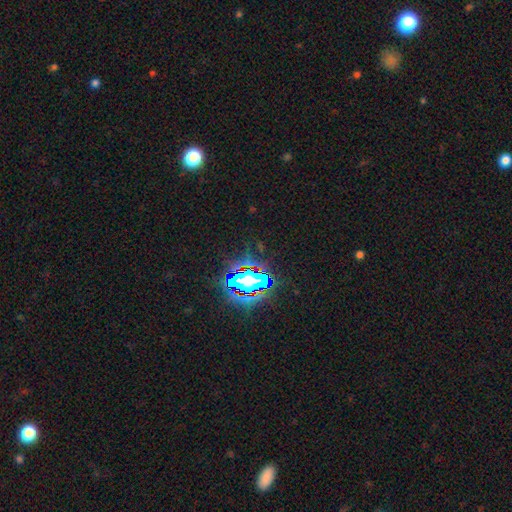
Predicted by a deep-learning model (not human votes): Morphology: type=star or artifact (80%).